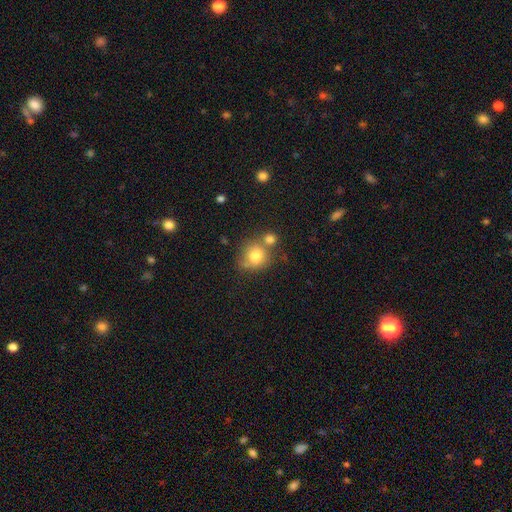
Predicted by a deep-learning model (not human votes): This is likely a smooth galaxy (78%). How rounded: clearly round (84%). Merging: possibly none (54%).